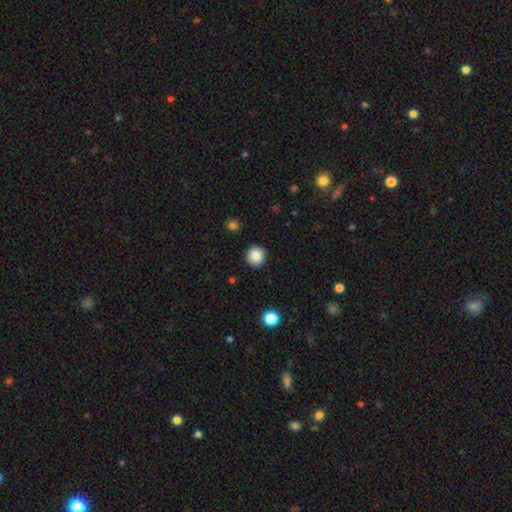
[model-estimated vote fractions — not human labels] Overall: smooth (87%). How rounded: round (94%). Merging: none (91%).